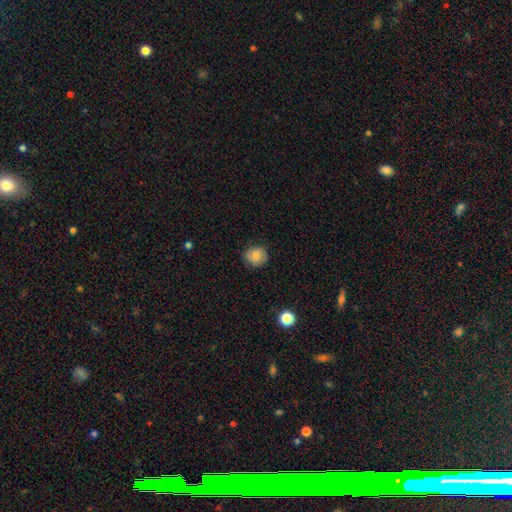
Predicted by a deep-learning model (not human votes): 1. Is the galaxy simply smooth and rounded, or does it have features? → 78% smooth, 13% featured or disk, 9% star or artifact.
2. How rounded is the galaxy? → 87% round, 12% in between, 1% cigar-shaped.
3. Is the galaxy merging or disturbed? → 86% none, 11% minor disturbance, 2% major disturbance, 1% merger.